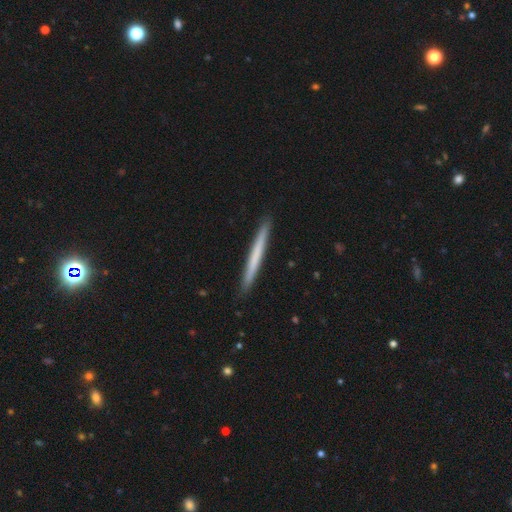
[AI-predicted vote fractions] smooth 58%, featured or disk 36%, star or artifact 5%. Down the decision tree: how rounded — cigar-shaped (97%); merging — none (92%).